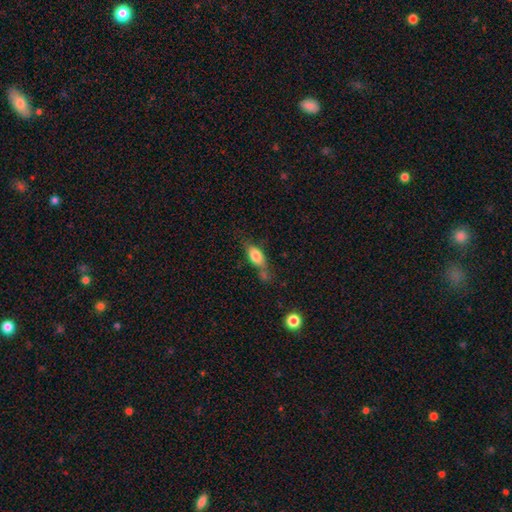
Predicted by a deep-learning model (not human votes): Q: Smooth or featured?
A: smooth (74%); runner-up: featured or disk (18%)
Q: How rounded?
A: in between (79%); runner-up: cigar-shaped (15%)
Q: Merging?
A: none (44%); runner-up: minor disturbance (26%)